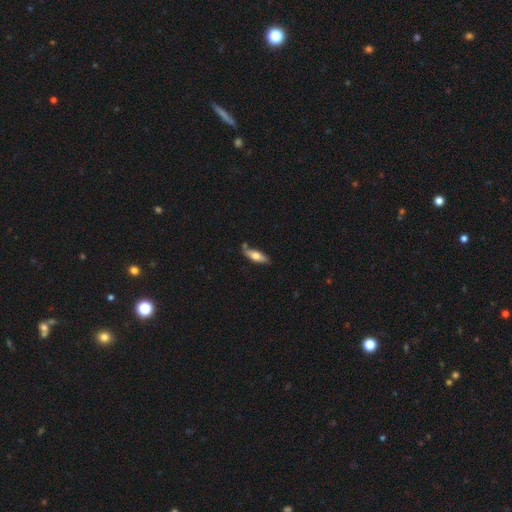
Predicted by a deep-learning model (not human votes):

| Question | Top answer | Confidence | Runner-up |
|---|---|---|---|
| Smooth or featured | smooth | 60% | featured or disk (35%) |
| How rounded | in between | 49% | tied: cigar-shaped (49%) |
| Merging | none | 70% | minor disturbance (20%) |